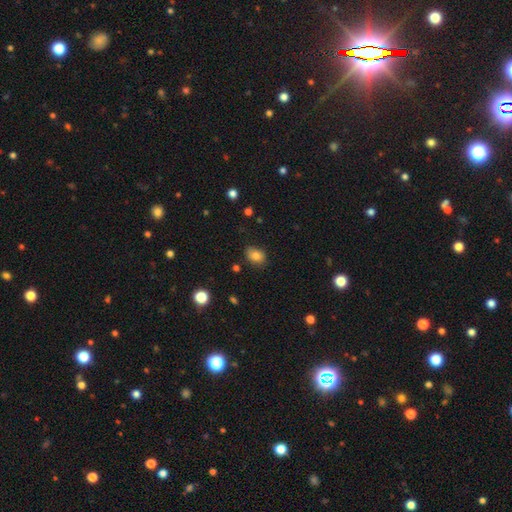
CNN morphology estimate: type=smooth (80%); roundness=in between (68%); merging=none (77%).